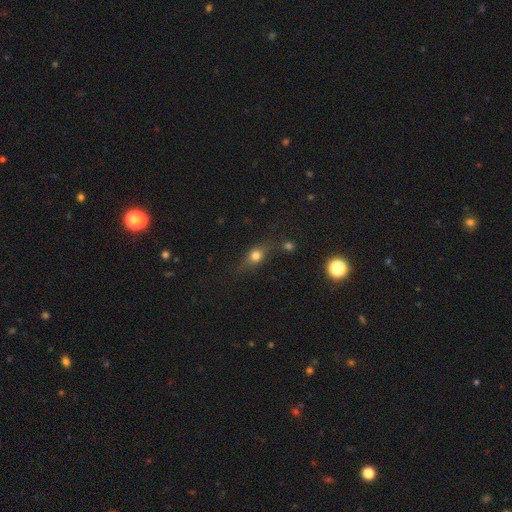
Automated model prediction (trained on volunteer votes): Smooth or featured?
  - smooth: 64% *
  - featured or disk: 22%
  - star or artifact: 14%
How rounded?
  - in between: 54% *
  - round: 31%
  - cigar-shaped: 15%
Merging?
  - none: 69% *
  - minor disturbance: 19%
  - major disturbance: 7%
  - merger: 5%